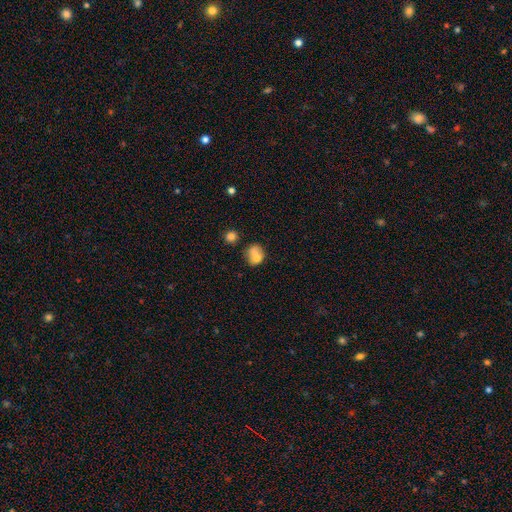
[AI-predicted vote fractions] This appears to be a smooth galaxy with no disk features (71%) that is round (55%). Merging: none (38%).